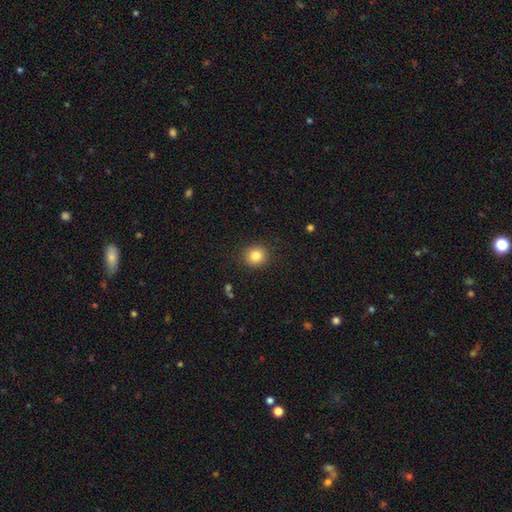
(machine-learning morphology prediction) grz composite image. It shows a smooth galaxy with no disk features (84%) that is round (88%). Merging: none (90%).